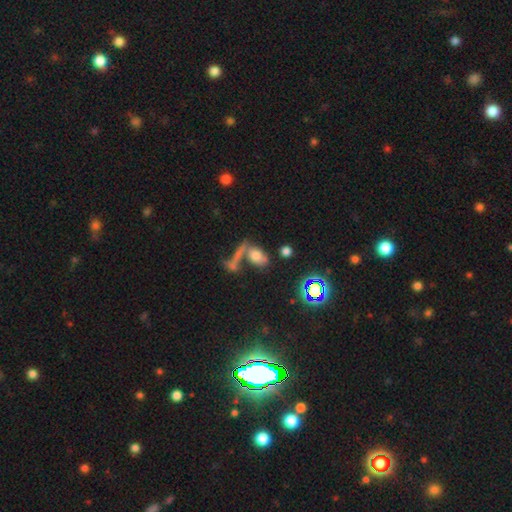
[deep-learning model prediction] This appears to be a smooth galaxy with no disk features (65%) that is in between round and cigar-shaped (78%). Merging: merger (38%, tied with none).